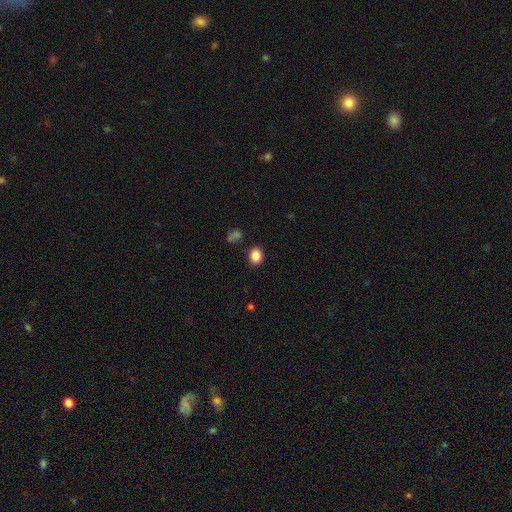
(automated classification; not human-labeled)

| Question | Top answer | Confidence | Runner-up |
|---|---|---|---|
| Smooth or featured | smooth | 86% | star or artifact (10%) |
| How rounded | in between | 57% | round (42%) |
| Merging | none | 84% | minor disturbance (9%) |